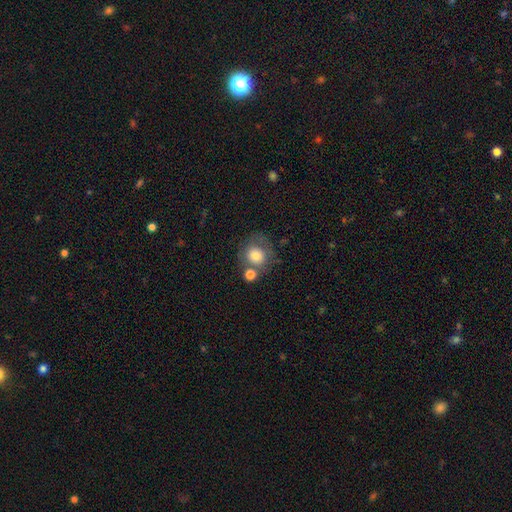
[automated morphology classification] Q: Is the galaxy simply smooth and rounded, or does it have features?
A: smooth — 74%.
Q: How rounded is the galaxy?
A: round — 81%.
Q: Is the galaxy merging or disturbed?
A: none — 55%.